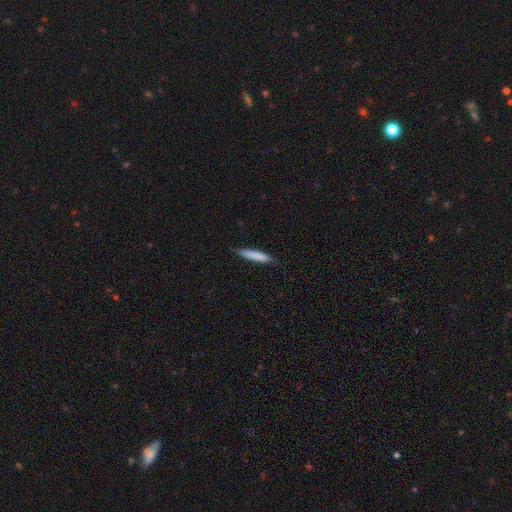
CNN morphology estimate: Smooth or featured? Predicted: smooth (p=0.81). How rounded? Predicted: cigar-shaped (p=0.90). Merging? Predicted: none (p=0.85).